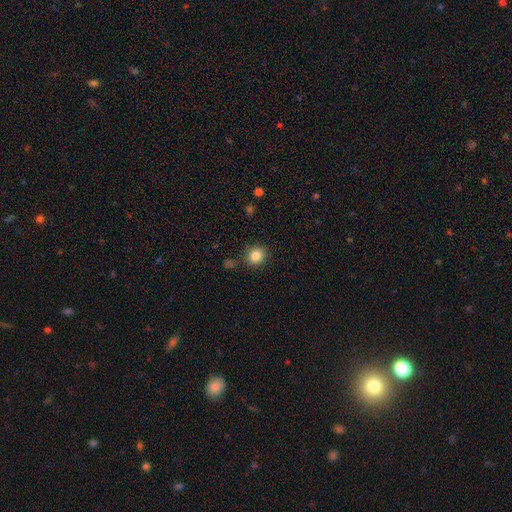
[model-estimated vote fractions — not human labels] Q: Smooth or featured?
A: smooth (85%); runner-up: star or artifact (10%)
Q: How rounded?
A: round (77%); runner-up: in between (22%)
Q: Merging?
A: none (84%); runner-up: minor disturbance (10%)